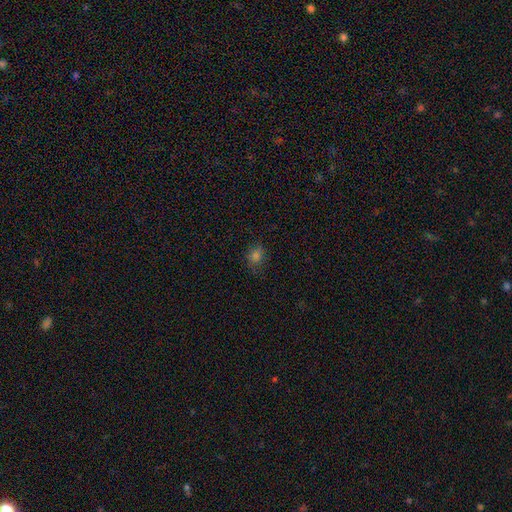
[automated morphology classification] A smooth galaxy with no disk features (72%) that is round (53%). Merging: none (72%).